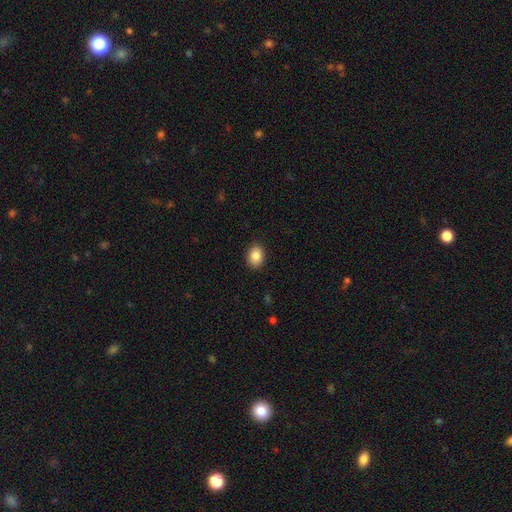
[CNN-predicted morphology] Smooth or featured?
  - smooth: 87% *
  - star or artifact: 8%
  - featured or disk: 5%
How rounded?
  - in between: 66% *
  - round: 33%
  - cigar-shaped: 1%
Merging?
  - none: 89% *
  - minor disturbance: 8%
  - major disturbance: 2%
  - merger: 1%